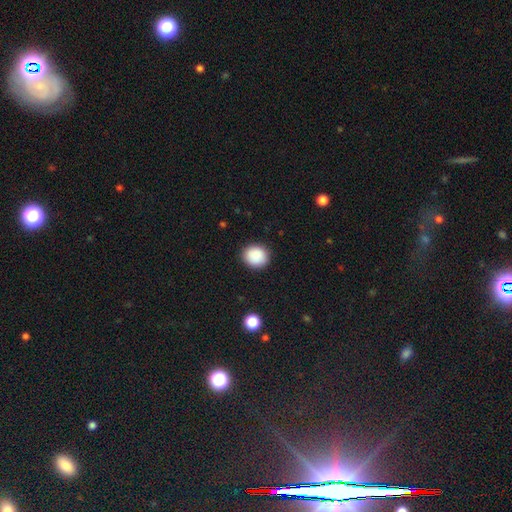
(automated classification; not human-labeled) This appears to be a smooth galaxy with no disk features (88%) that is round (75%). Merging: none (89%).